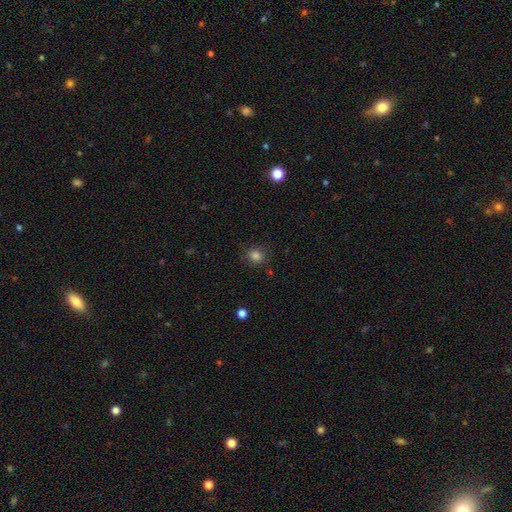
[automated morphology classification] Smooth or featured? Predicted: smooth (p=0.83). How rounded? Predicted: round (p=0.77). Merging? Predicted: none (p=0.82).